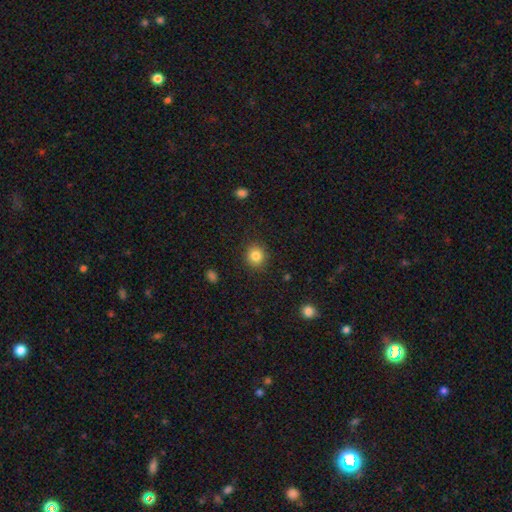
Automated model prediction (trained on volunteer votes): smooth-or-featured: smooth: 84% | star or artifact: 11% | featured or disk: 5%
  how-rounded: round: 88% | in between: 11% | cigar-shaped: 1%
  merging: none: 89% | minor disturbance: 7% | major disturbance: 2% | merger: 1%